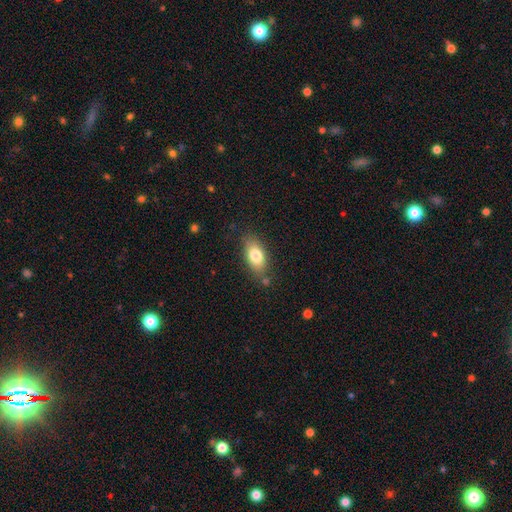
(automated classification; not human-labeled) This appears to be a smooth galaxy with no disk features (79%) that is in between round and cigar-shaped (87%). Merging: none (76%).